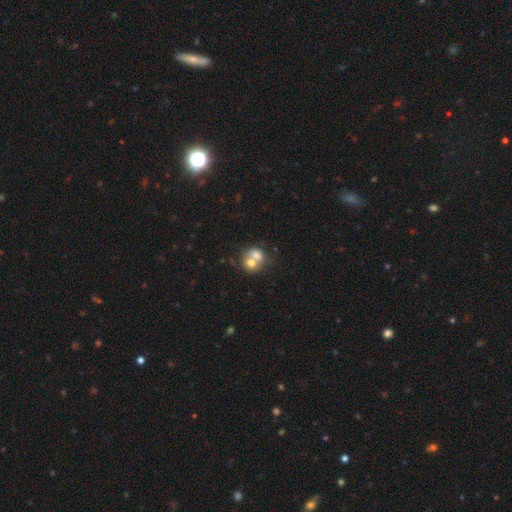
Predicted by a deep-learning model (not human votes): This appears to be a smooth galaxy with no disk features (68%) that is round (60%). Merging: merger (67%).